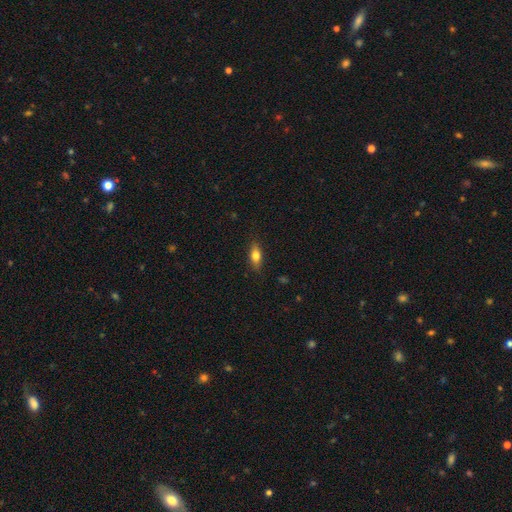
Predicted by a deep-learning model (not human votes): Smooth or featured? smooth (71%)
How rounded? in between (73%)
Merging? none (85%)